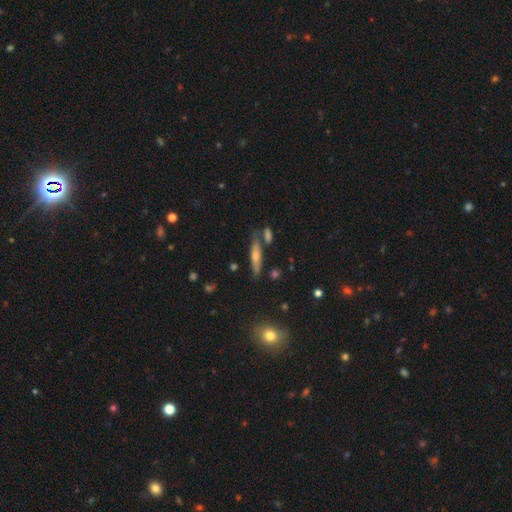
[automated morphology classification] Smooth or featured? Predicted: featured or disk (p=0.51). Edge-on disk? Predicted: yes (p=0.90). Merging? Predicted: none (p=0.74).